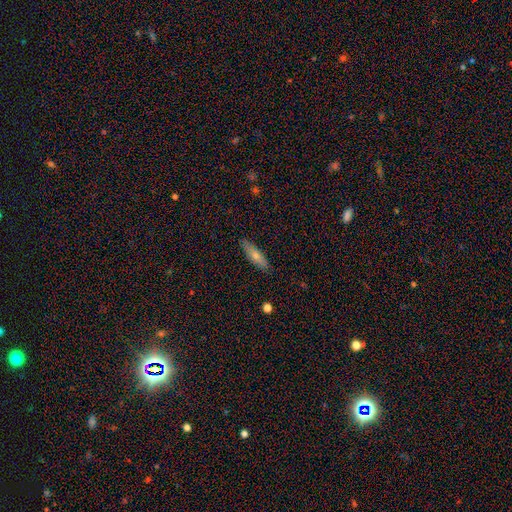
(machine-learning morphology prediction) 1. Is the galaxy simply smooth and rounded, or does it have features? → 66% smooth, 28% featured or disk, 7% star or artifact.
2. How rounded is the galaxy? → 60% cigar-shaped, 38% in between, 2% round.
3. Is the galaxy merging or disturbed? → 88% none, 9% minor disturbance, 2% major disturbance, 1% merger.